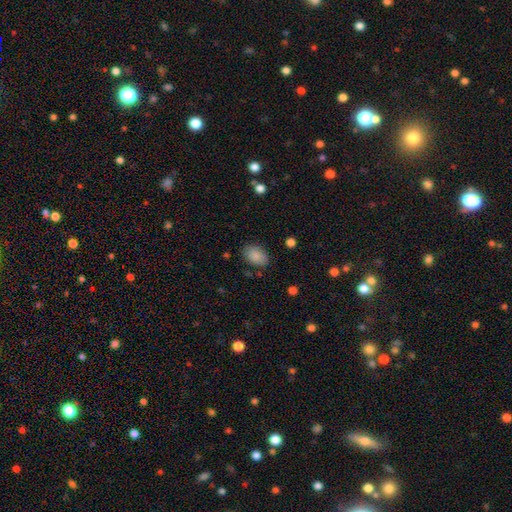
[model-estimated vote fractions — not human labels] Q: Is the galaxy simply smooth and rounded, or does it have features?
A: smooth — 85%.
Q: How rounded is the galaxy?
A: in between — 85%.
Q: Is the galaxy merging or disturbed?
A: none — 81%.